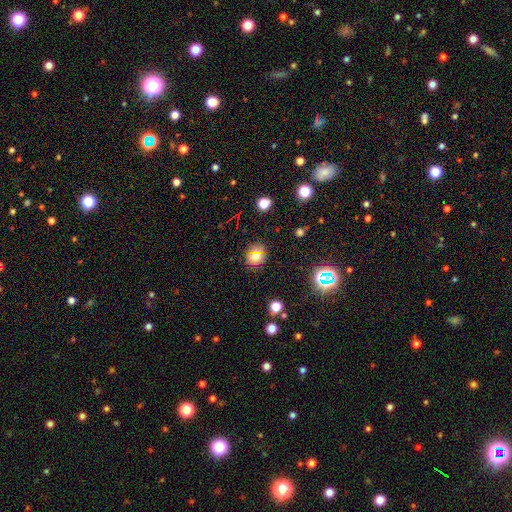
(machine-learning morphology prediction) smooth-or-featured: smooth: 63% | star or artifact: 26% | featured or disk: 11%
  how-rounded: round: 74% | in between: 25% | cigar-shaped: 1%
  merging: none: 84% | minor disturbance: 10% | major disturbance: 3% | merger: 3%